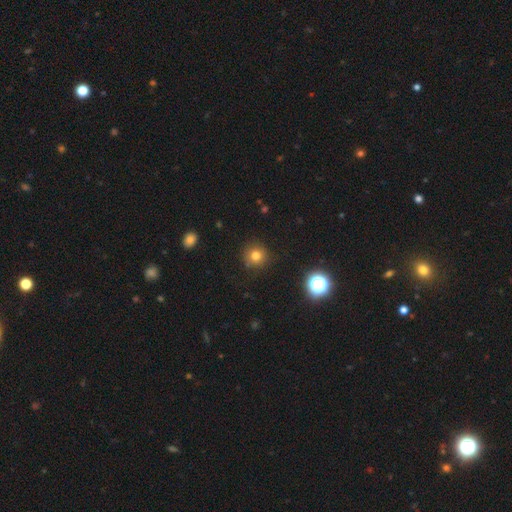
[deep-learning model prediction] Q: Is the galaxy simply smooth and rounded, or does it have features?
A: smooth — 76%.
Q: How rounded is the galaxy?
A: round — 94%.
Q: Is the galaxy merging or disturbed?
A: none — 89%.